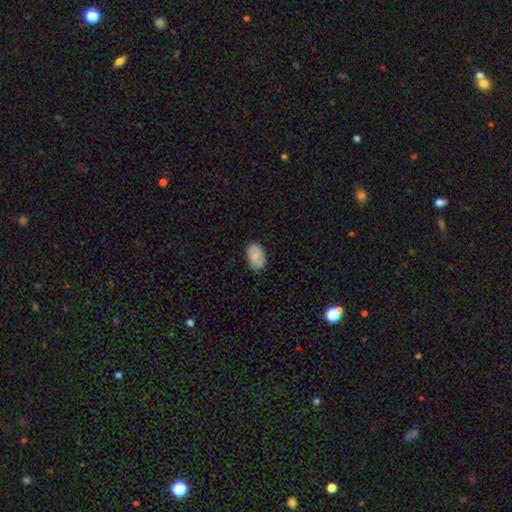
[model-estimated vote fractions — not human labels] smooth_or_featured: smooth (p=0.80) [alt: featured or disk p=0.13]
how_rounded: in between (p=0.90) [alt: round p=0.08]
merging: none (p=0.82) [alt: minor disturbance p=0.14]